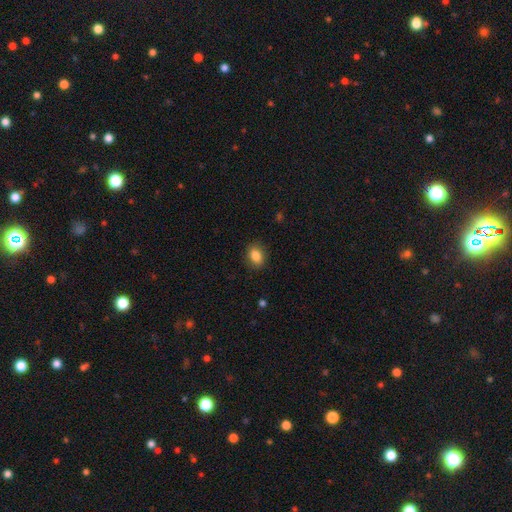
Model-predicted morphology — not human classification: The model was most divided on "how rounded": in between: 71%, round: 28%, cigar-shaped: 1%. More confident: merging — none (86%); smooth or featured — smooth (86%).